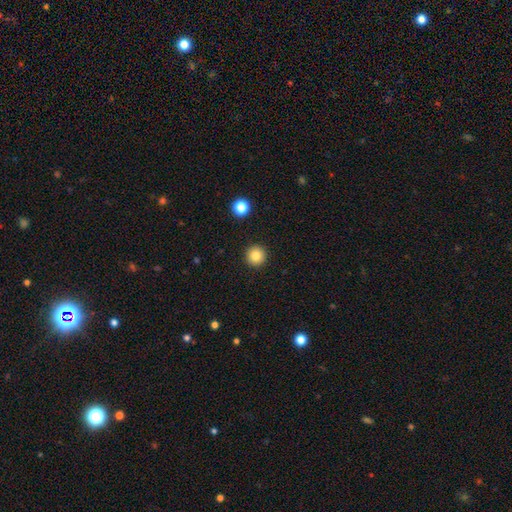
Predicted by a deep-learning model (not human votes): Overall: smooth (84%). How rounded: round (96%). Merging: none (93%).